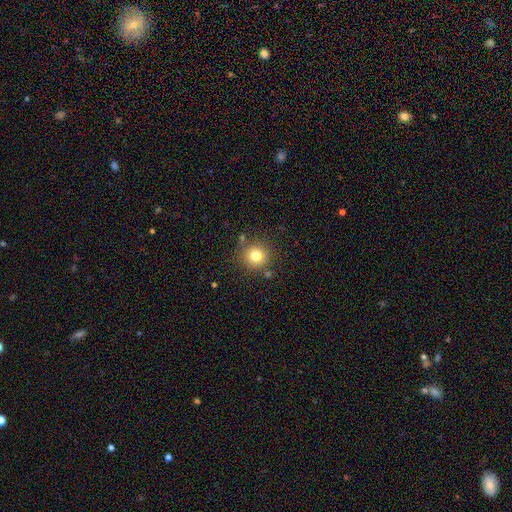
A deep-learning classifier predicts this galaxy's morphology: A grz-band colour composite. It shows a smooth galaxy with no disk features (79%) that is round (94%). Merging: none (82%).